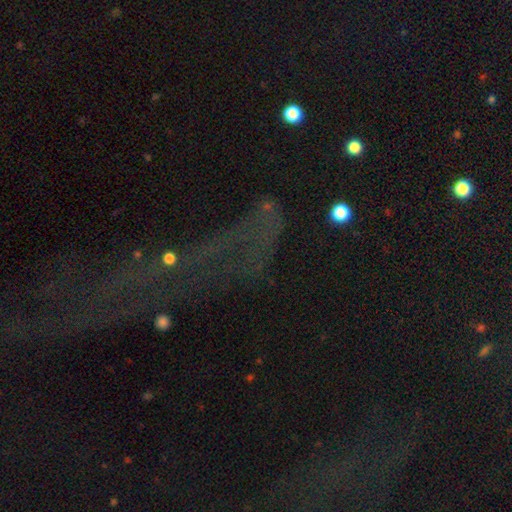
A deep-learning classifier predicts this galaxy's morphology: The model was most divided on "smooth or featured": star or artifact: 64%, featured or disk: 18%, smooth: 18%.